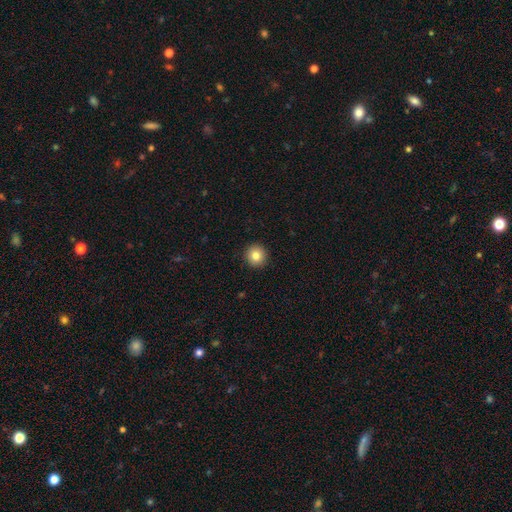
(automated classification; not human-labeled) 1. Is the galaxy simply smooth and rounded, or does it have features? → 83% smooth, 10% star or artifact, 7% featured or disk.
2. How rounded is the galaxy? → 94% round, 5% in between, 1% cigar-shaped.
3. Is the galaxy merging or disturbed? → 93% none, 5% minor disturbance, 2% major disturbance, 1% merger.